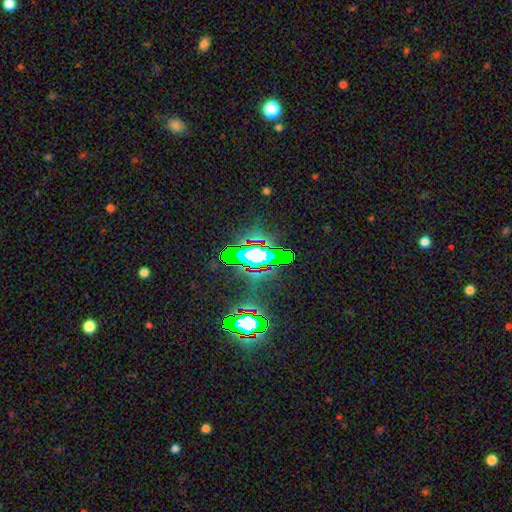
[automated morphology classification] smooth-or-featured: star or artifact: 63% | featured or disk: 19% | smooth: 17%